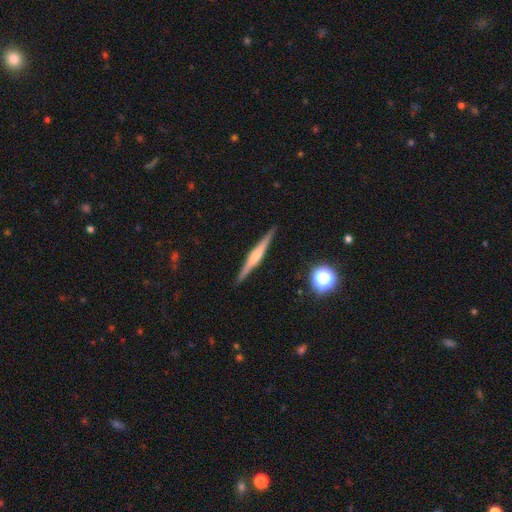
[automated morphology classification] Smooth or featured: featured or disk — 72% (smooth — 22%)
Edge-on disk: yes — 98% (no — 2%)
Edge-on bulge: rounded — 62% (boxy — 25%)
Merging: none — 91% (minor disturbance — 6%)